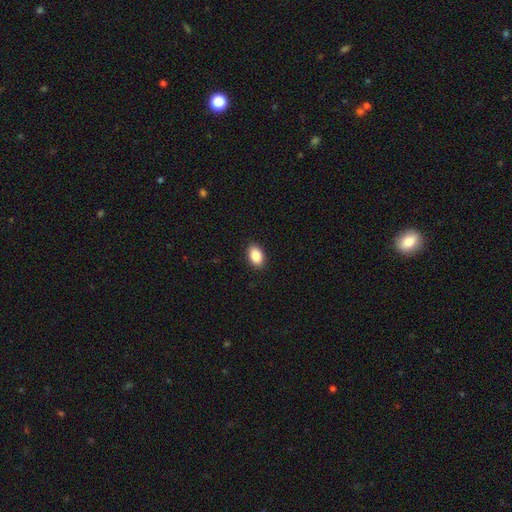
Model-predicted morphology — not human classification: Q: Smooth or featured?
A: smooth (88%); runner-up: star or artifact (8%)
Q: How rounded?
A: in between (89%); runner-up: round (10%)
Q: Merging?
A: none (90%); runner-up: minor disturbance (7%)